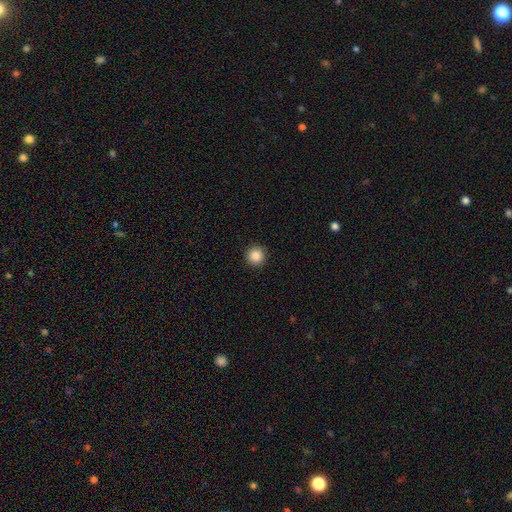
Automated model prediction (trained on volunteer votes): A smooth galaxy with no disk features (87%) that is round (96%). Merging: none (93%).